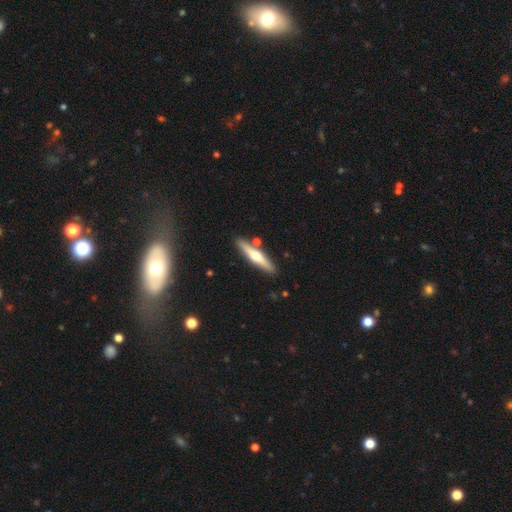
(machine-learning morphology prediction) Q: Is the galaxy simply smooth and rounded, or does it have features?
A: featured or disk — 55%.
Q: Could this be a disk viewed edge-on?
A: yes — 96%.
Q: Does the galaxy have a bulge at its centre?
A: rounded — 89%.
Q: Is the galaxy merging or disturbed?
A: none — 84%.